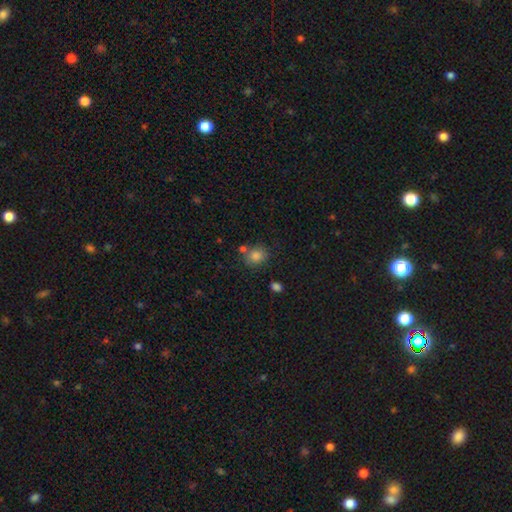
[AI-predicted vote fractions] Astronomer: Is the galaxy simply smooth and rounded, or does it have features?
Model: smooth — 81%.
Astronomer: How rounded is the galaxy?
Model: round — 70%.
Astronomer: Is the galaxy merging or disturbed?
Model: none — 70%.